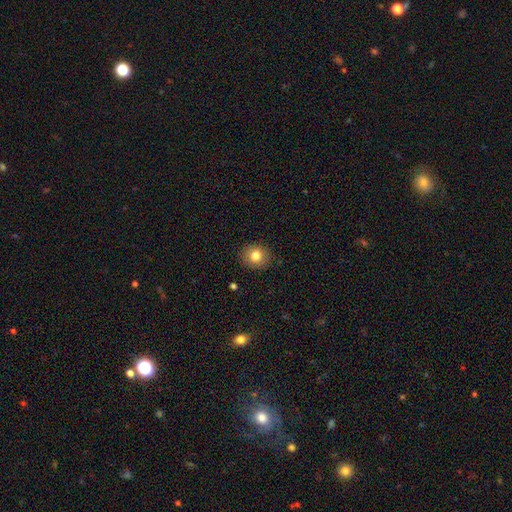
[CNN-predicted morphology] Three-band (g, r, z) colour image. It shows a smooth galaxy with no disk features (81%) that is round (81%). Merging: none (89%).